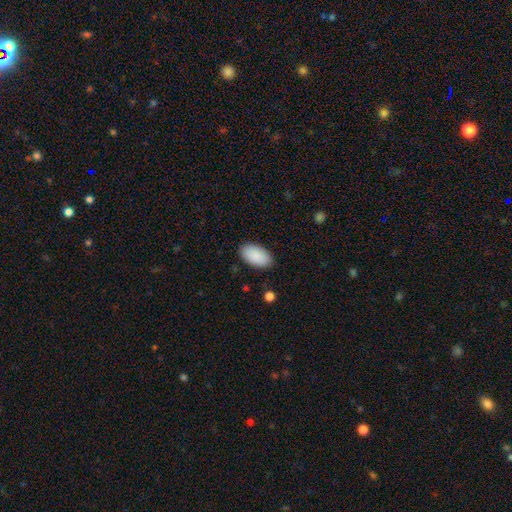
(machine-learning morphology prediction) This is clearly a smooth galaxy (91%). How rounded: clearly in between (96%). Merging: clearly none (88%).